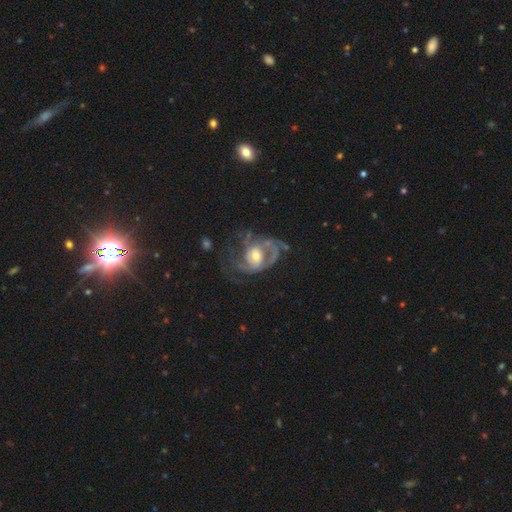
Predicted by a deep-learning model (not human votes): Smooth or featured?
  - featured or disk: 82% *
  - smooth: 12%
  - star or artifact: 6%
Edge-on disk?
  - no: 98% *
  - yes: 2%
Bar?
  - no: 60% *
  - weak: 32%
  - strong: 8%
Spiral arms?
  - yes: 87% *
  - no: 13%
Spiral winding?
  - medium: 43% *
  - tight: 32%
  - loose: 25%
Spiral arm count?
  - 2: 36% *
  - can't tell: 26%
  - 1: 15%
  - 3: 14%
  - 4: 5%
  - more than 4: 4%
Bulge size?
  - moderate: 62% *
  - small: 23%
  - large: 11%
  - none: 2%
  - dominant: 1%
Merging?
  - major disturbance: 40% *
  - none: 38%
  - minor disturbance: 18%
  - merger: 4%